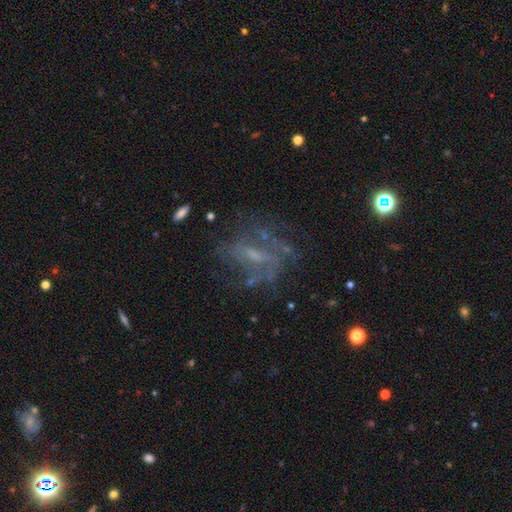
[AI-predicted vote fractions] Q: Smooth or featured?
A: featured or disk (68%); runner-up: star or artifact (17%)
Q: Edge-on disk?
A: no (94%); runner-up: yes (6%)
Q: Bar?
A: weak (44%); runner-up: no (40%)
Q: Spiral arms?
A: yes (63%); runner-up: no (37%)
Q: Bulge size?
A: small (49%); runner-up: moderate (24%)
Q: Merging?
A: none (56%); runner-up: major disturbance (23%)